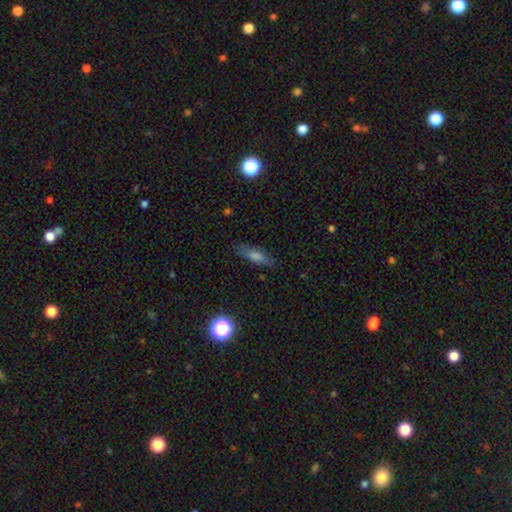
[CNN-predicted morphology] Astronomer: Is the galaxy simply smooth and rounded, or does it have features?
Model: smooth — 59%.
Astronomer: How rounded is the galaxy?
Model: cigar-shaped — 56% (runner-up: in between, 38%).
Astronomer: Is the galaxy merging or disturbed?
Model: none — 84%.